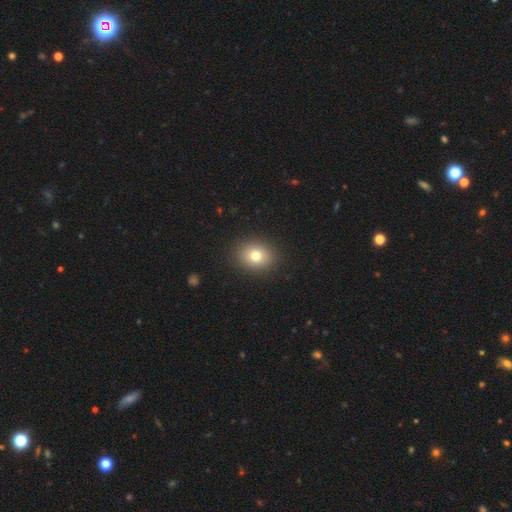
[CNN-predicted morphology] Smooth or featured? Predicted: smooth (p=0.77). How rounded? Predicted: round (p=0.63). Merging? Predicted: none (p=0.90).